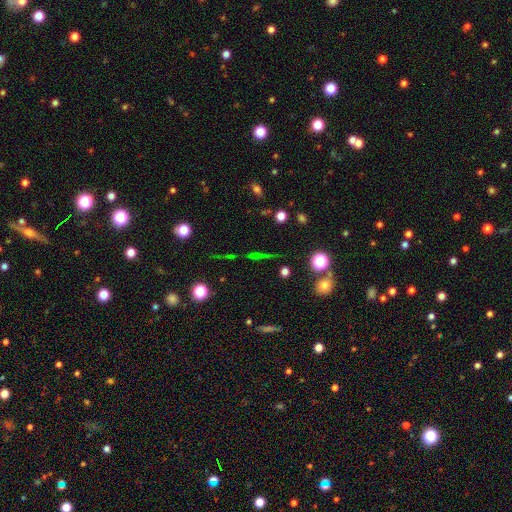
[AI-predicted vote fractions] star or artifact 41%, featured or disk 32%, smooth 28%.